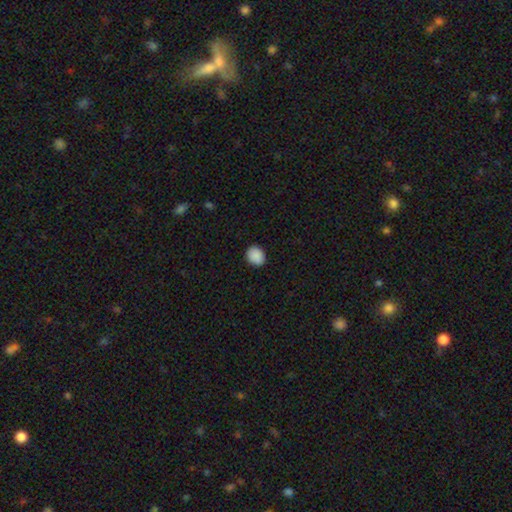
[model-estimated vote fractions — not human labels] The model was most divided on "how rounded": round: 58%, in between: 41%, cigar-shaped: 1%. More confident: merging — none (90%); smooth or featured — smooth (90%).